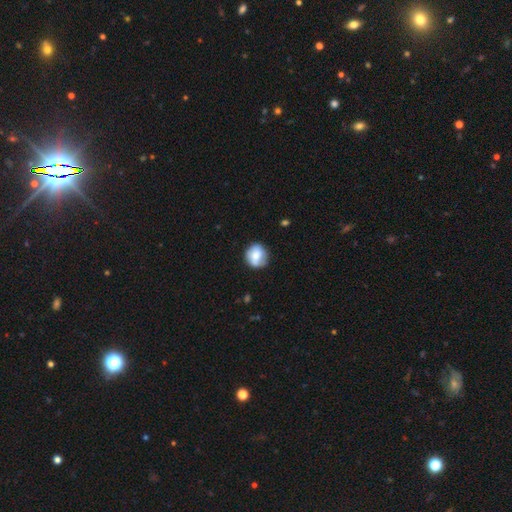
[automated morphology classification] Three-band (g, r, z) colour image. It shows a smooth galaxy with no disk features (71%) that is round (85%). Merging: none (73%).